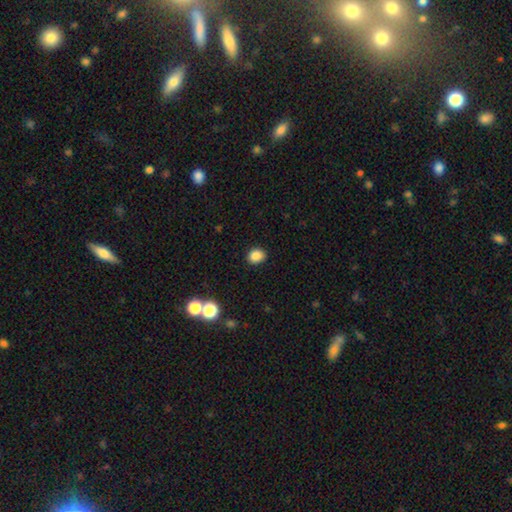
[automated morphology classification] Overall: smooth (86%). How rounded: round (54%; in between 46%). Merging: none (89%).